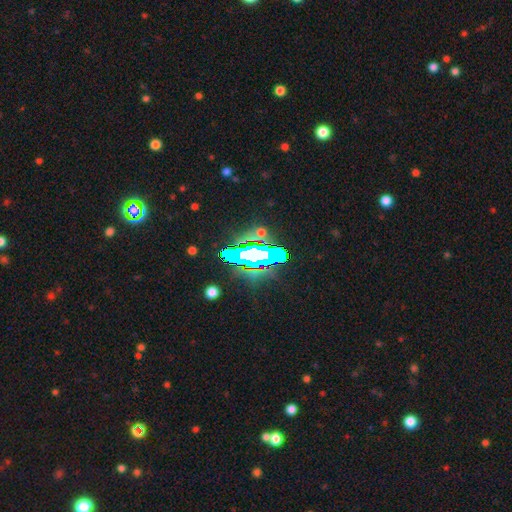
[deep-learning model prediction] Q: Smooth or featured?
A: star or artifact (56%); runner-up: featured or disk (24%)